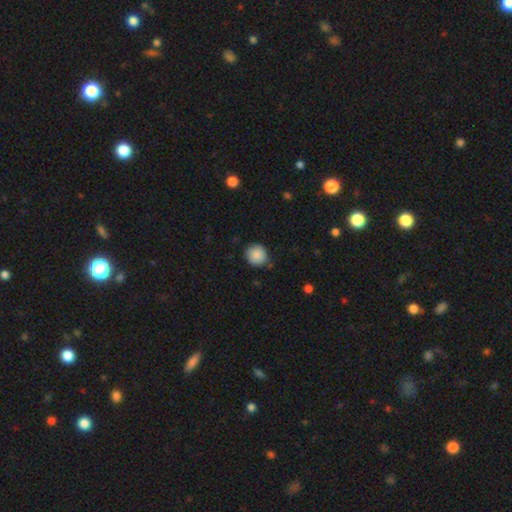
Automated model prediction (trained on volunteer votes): smooth 88%, star or artifact 8%, featured or disk 5%. Down the decision tree: how rounded — round (90%); merging — none (80%).